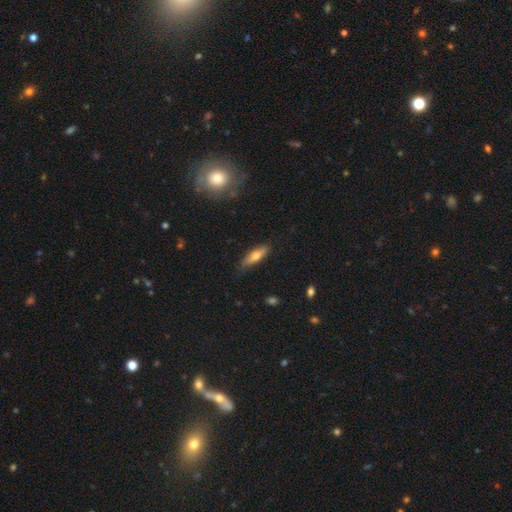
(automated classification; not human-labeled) This appears to be a smooth galaxy with no disk features (60%) that is cigar-shaped (60%). Merging: none (81%).